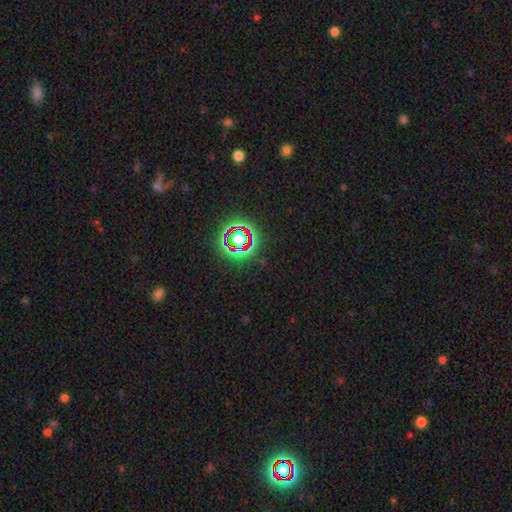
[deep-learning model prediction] Smooth or featured?
  - star or artifact: 74% *
  - smooth: 15%
  - featured or disk: 11%